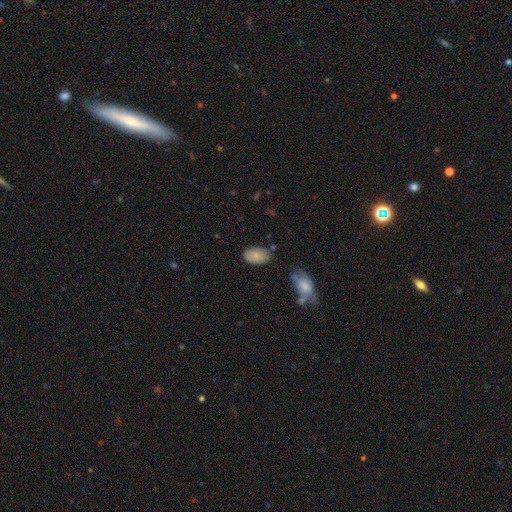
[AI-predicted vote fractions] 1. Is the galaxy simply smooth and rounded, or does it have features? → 85% smooth, 8% featured or disk, 7% star or artifact.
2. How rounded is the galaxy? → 94% in between, 5% round, 1% cigar-shaped.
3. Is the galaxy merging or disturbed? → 73% none, 19% minor disturbance, 4% major disturbance, 4% merger.